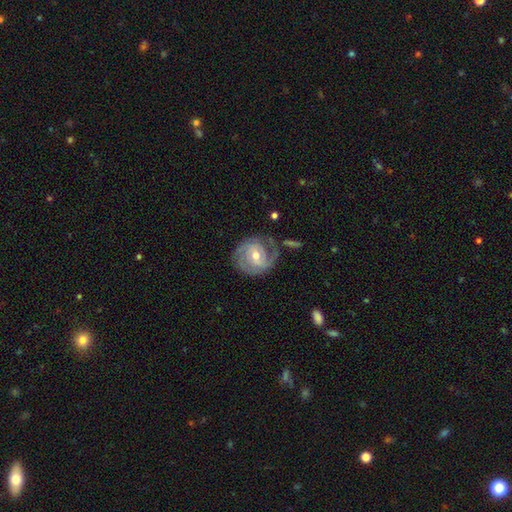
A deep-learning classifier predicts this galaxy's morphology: featured or disk 84%, smooth 11%, star or artifact 5%. Down the decision tree: edge-on disk — no (97%); bar — weak (47%); spiral arms — yes (94%); spiral arm count — 2 (47%); spiral winding — tight (57%); bulge size — moderate (65%); merging — none (68%).